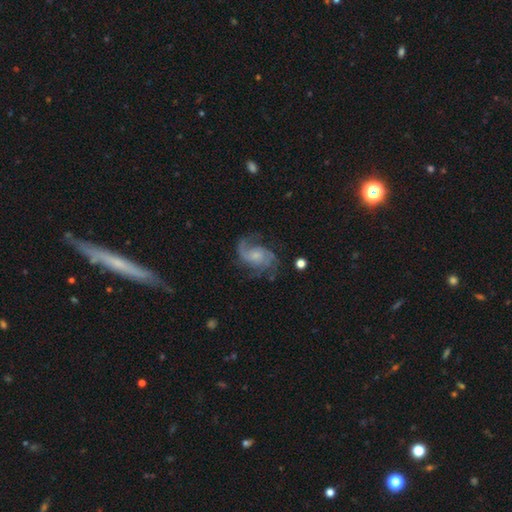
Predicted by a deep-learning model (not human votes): This is clearly a featured or disk galaxy (84%). It is clearly not viewed edge-on (98%). Bar: likely no (66%). Spiral arm pattern: clearly yes (96%). Spiral arm count: possibly 2 (49%). Spiral winding: possibly medium (47%). Central bulge: possibly small (52%). Merging: likely none (63%).